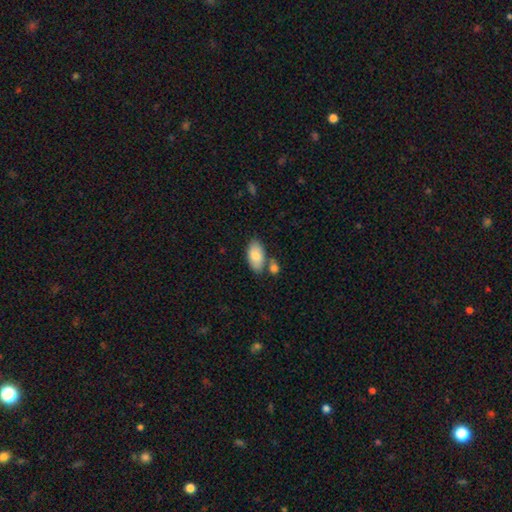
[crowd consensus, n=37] Volunteers were most divided on "merging": none: 80%, merger: 9%, minor disturbance: 6%, major disturbance: 6%. More confident: how rounded — in between (94%); smooth or featured — smooth (86%).